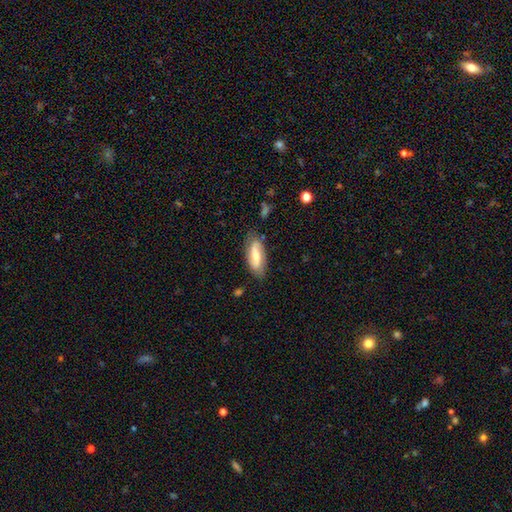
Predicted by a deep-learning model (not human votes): Q: Smooth or featured?
A: featured or disk (49%); runner-up: smooth (45%)
Q: Merging?
A: none (76%); runner-up: minor disturbance (18%)